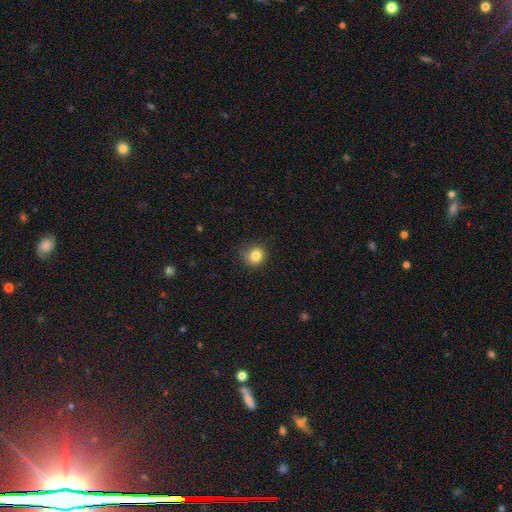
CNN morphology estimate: smooth-or-featured: smooth: 83% | star or artifact: 12% | featured or disk: 6%
  how-rounded: round: 89% | in between: 10% | cigar-shaped: 1%
  merging: none: 77% | minor disturbance: 18% | major disturbance: 4% | merger: 1%